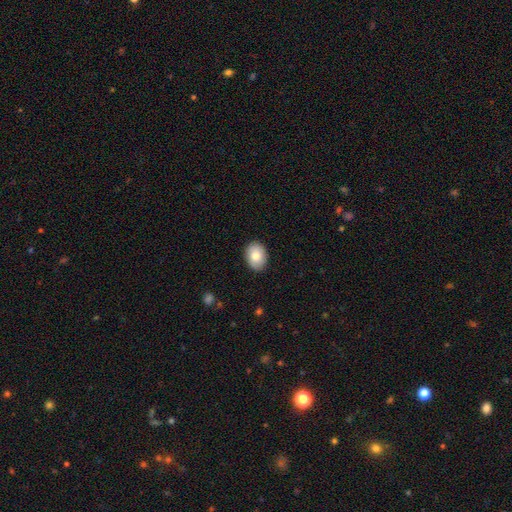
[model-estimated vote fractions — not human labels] The model was most divided on "how rounded": in between: 75%, round: 24%, cigar-shaped: 1%. More confident: merging — none (89%); smooth or featured — smooth (81%).